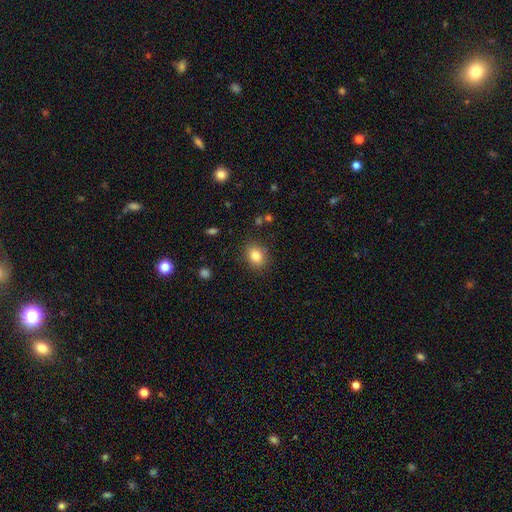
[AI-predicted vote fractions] Smooth or featured? smooth (83%)
How rounded? in between (51%)
Merging? none (85%)